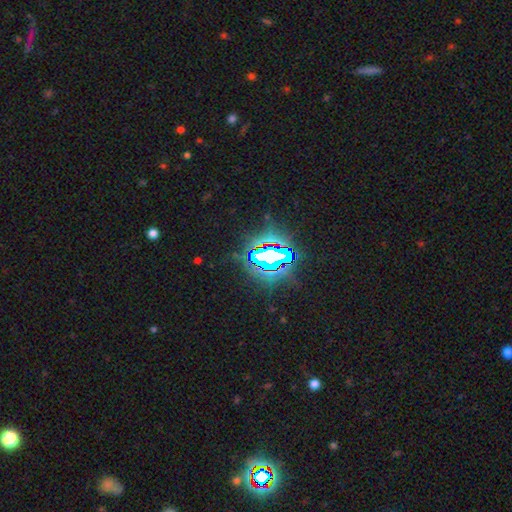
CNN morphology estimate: Smooth or featured? star or artifact (80%)